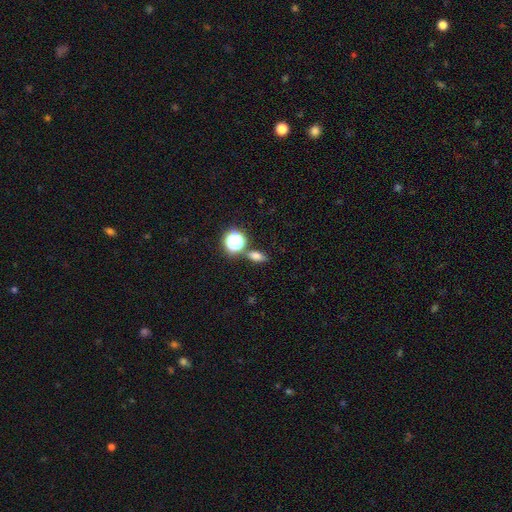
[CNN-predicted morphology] smooth_or_featured: smooth (p=0.67) [alt: star or artifact p=0.21]
how_rounded: in between (p=0.66) [alt: round p=0.22]
merging: none (p=0.76) [alt: minor disturbance p=0.11]